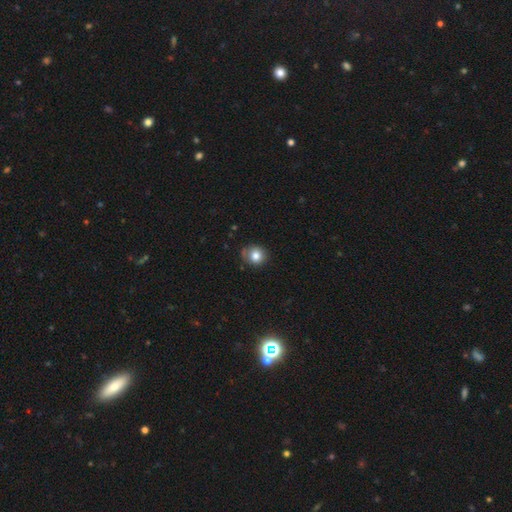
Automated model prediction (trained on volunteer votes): Smooth or featured? smooth (80%)
How rounded? round (78%)
Merging? none (71%)